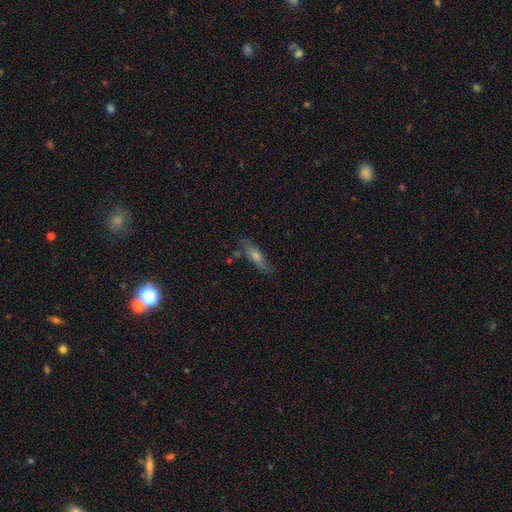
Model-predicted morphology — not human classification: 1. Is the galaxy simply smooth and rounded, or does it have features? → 46% featured or disk, 42% smooth, 12% star or artifact.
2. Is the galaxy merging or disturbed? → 74% none, 17% minor disturbance, 5% major disturbance, 3% merger.